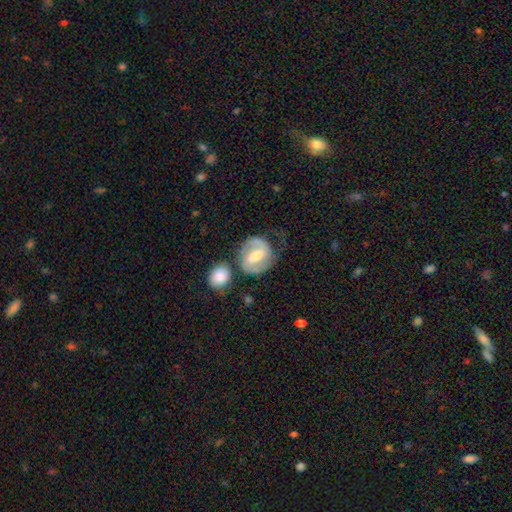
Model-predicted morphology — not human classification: featured or disk 69%, smooth 25%, star or artifact 6%. Down the decision tree: edge-on disk — no (96%); bar — strong (47%); spiral arms — yes (82%); spiral arm count — 2 (82%); spiral winding — medium (47%); bulge size — moderate (59%); merging — none (57%).